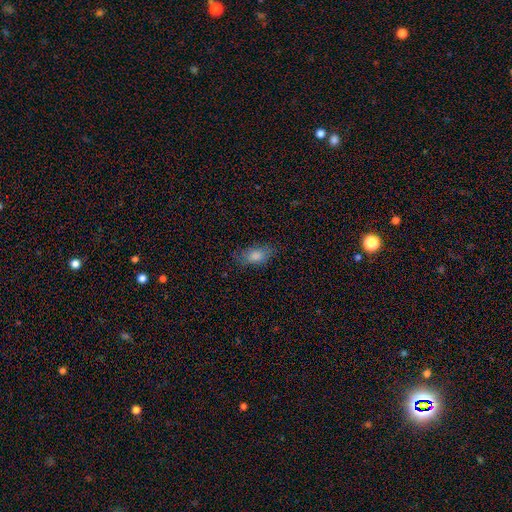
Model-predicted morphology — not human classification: Smooth or featured?
  - smooth: 75% *
  - featured or disk: 14%
  - star or artifact: 11%
How rounded?
  - in between: 82% *
  - cigar-shaped: 9%
  - round: 9%
Merging?
  - none: 75% *
  - minor disturbance: 18%
  - major disturbance: 5%
  - merger: 1%